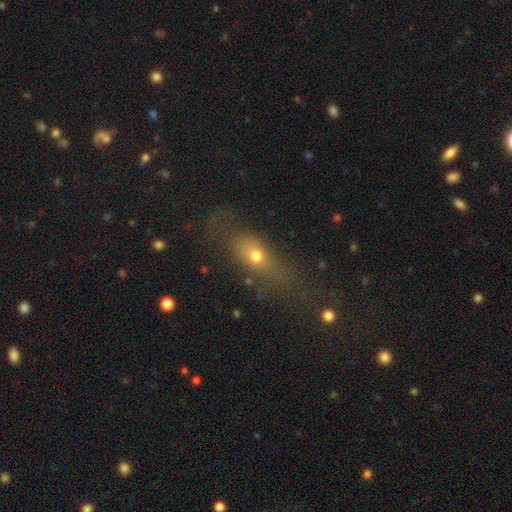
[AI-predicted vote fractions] Q: Smooth or featured?
A: smooth (60%); runner-up: featured or disk (24%)
Q: How rounded?
A: in between (58%); runner-up: cigar-shaped (23%)
Q: Merging?
A: none (54%); runner-up: major disturbance (22%)